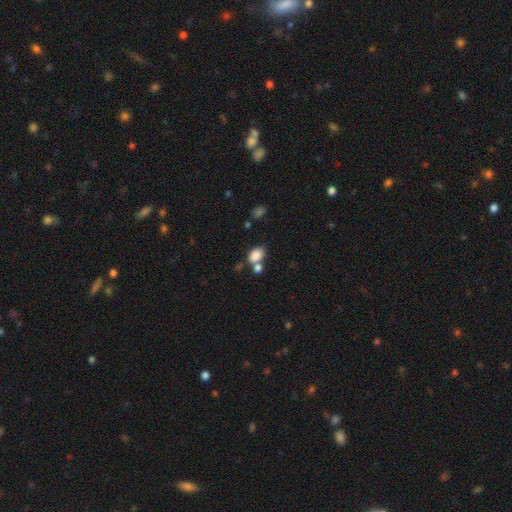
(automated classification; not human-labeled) This is clearly a smooth galaxy (84%). How rounded: clearly in between (81%). Merging: marginally none (45%).